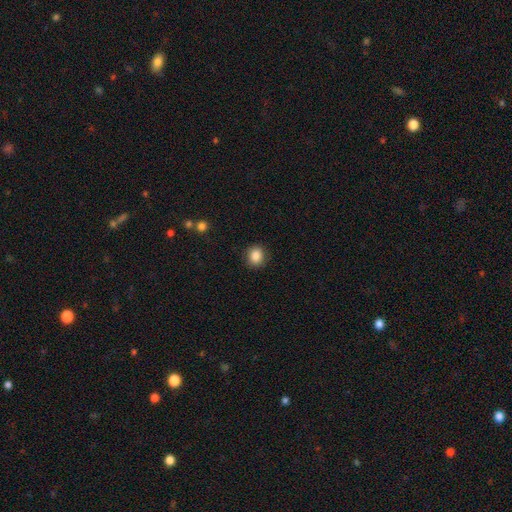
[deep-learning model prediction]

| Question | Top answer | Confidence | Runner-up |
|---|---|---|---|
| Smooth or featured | smooth | 86% | star or artifact (10%) |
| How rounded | round | 73% | in between (26%) |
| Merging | none | 89% | minor disturbance (8%) |